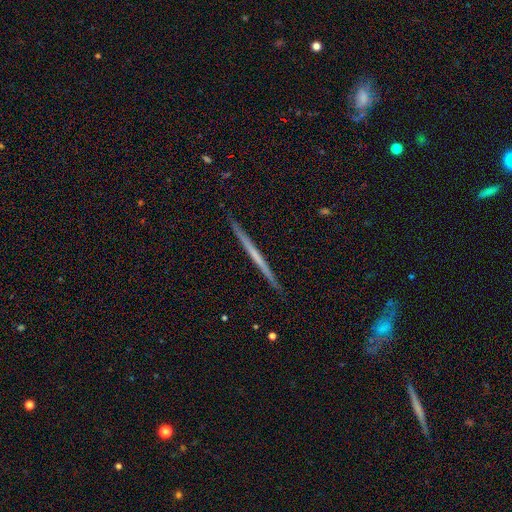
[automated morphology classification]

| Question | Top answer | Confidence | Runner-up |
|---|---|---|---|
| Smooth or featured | featured or disk | 60% | smooth (34%) |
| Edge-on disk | yes | 98% | no (2%) |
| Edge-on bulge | none | 90% | rounded (7%) |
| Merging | none | 93% | minor disturbance (5%) |